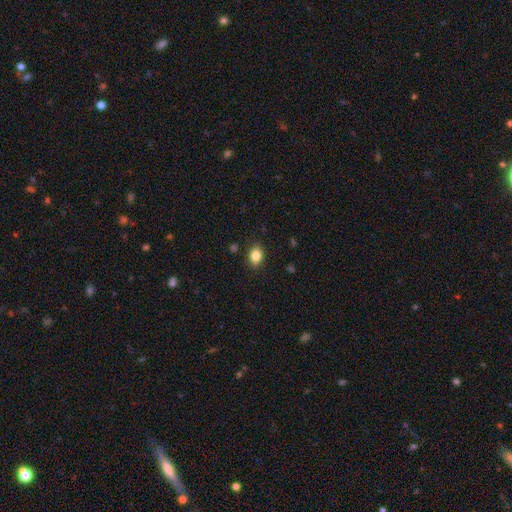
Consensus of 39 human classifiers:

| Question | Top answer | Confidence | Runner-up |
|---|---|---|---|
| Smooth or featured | smooth | 82% | star or artifact (10%) |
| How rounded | in between | 78% | round (22%) |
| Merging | none | 91% | minor disturbance (6%) |